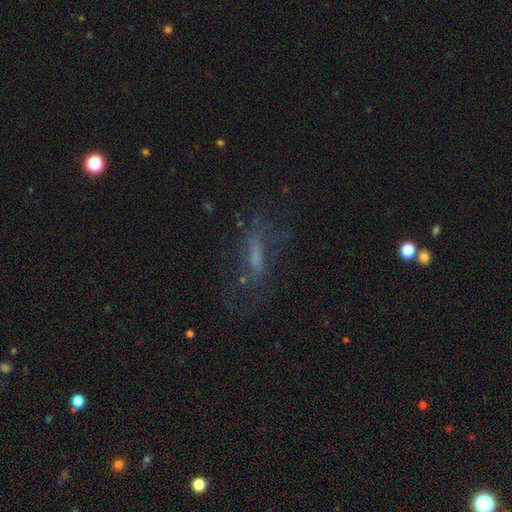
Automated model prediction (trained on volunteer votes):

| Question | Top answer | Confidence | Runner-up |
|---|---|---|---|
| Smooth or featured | featured or disk | 42% | smooth (37%) |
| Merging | none | 51% | major disturbance (26%) |